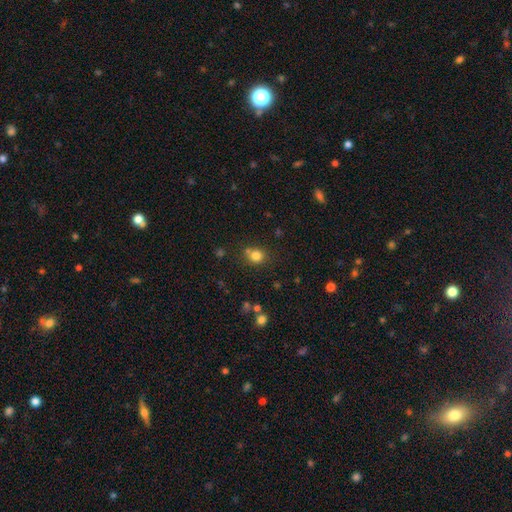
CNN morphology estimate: Smooth or featured?
  - smooth: 79% *
  - star or artifact: 14%
  - featured or disk: 7%
How rounded?
  - round: 81% *
  - in between: 18%
  - cigar-shaped: 1%
Merging?
  - none: 65% *
  - merger: 18%
  - minor disturbance: 12%
  - major disturbance: 4%